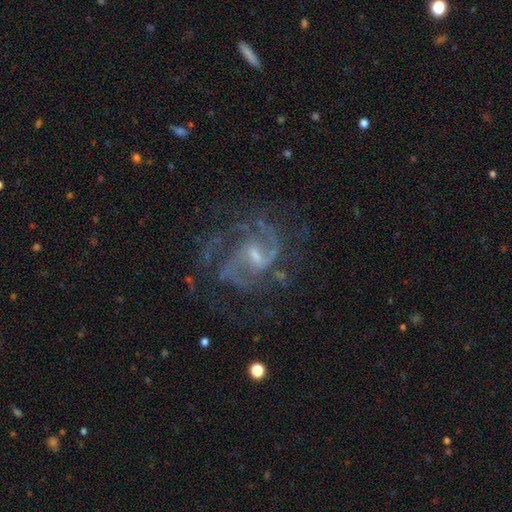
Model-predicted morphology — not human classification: featured or disk 88%, star or artifact 7%, smooth 5%. Down the decision tree: edge-on disk — no (98%); bar — weak (60%); spiral arms — yes (95%); spiral arm count — 2 (41%); spiral winding — medium (54%); bulge size — small (53%); merging — none (58%).